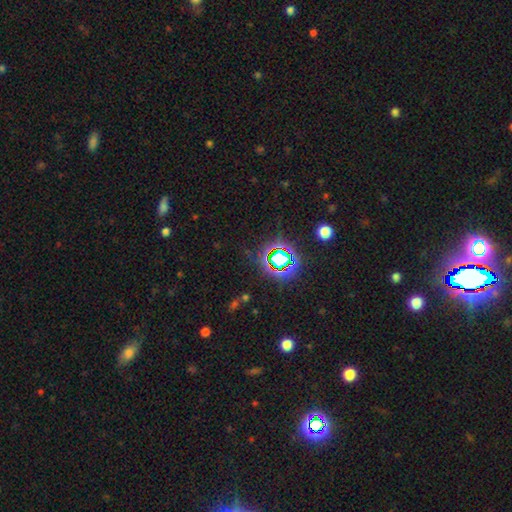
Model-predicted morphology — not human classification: smooth_or_featured: star or artifact (p=0.79) [alt: smooth p=0.13]